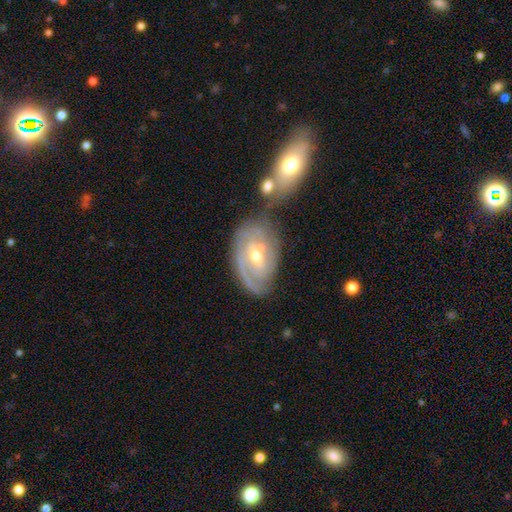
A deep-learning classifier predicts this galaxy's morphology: smooth_or_featured: featured or disk (p=0.76) [alt: smooth p=0.17]
disk_edge_on: no (p=0.95) [alt: yes p=0.05]
bar: no (p=0.47) [alt: weak p=0.40]
has_spiral_arms: yes (p=0.82) [alt: no p=0.18]
spiral_winding: tight (p=0.60) [alt: medium p=0.29]
spiral_arm_count: can't tell (p=0.39) [alt: 2 p=0.31]
bulge_size: moderate (p=0.55) [alt: small p=0.41]
merging: none (p=0.47) [alt: merger p=0.22]